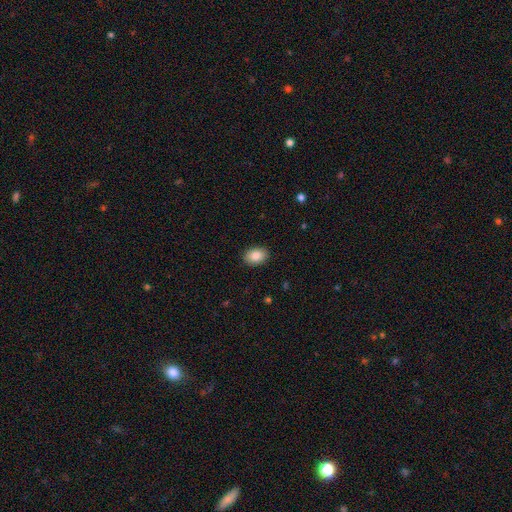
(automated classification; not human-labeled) smooth 86%, star or artifact 8%, featured or disk 6%. Down the decision tree: how rounded — in between (79%); merging — none (90%).